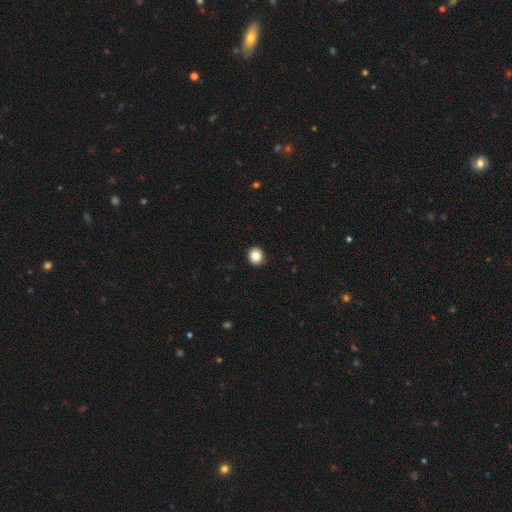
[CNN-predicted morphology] Smooth or featured: smooth — 85% (star or artifact — 10%)
How rounded: round — 88% (in between — 11%)
Merging: none — 93% (minor disturbance — 5%)